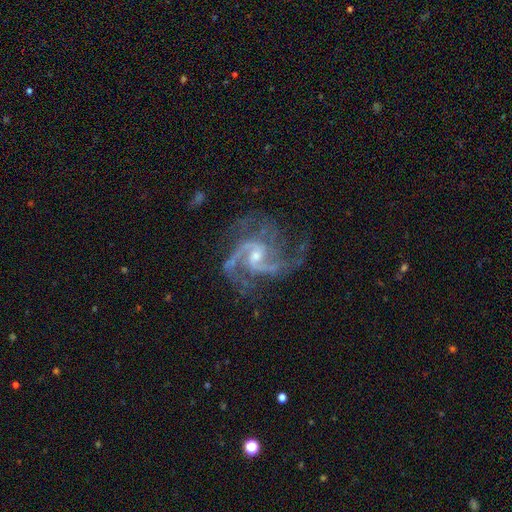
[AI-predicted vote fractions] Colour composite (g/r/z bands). It shows a featured or disk galaxy (92%) with a weak bar (47%), 2 (51%) medium (60%) spiral arms (98%) and a small central bulge (50%). Merging: none (60%).